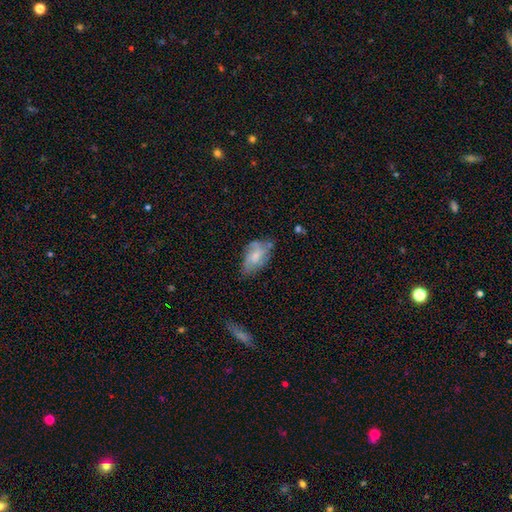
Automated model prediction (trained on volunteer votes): Morphology: type=smooth (48%); merging=none (47%).